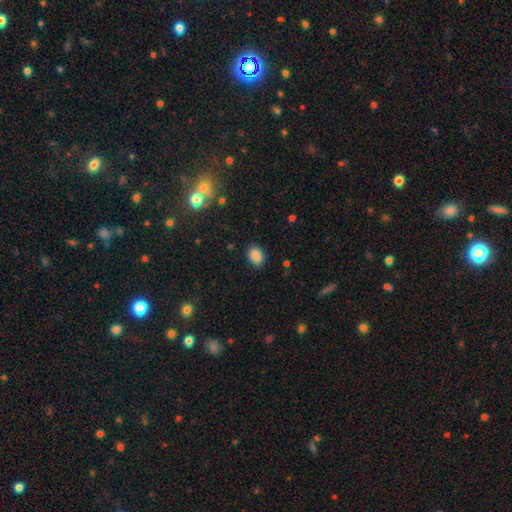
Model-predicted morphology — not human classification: A smooth galaxy with no disk features (87%) that is in between round and cigar-shaped (68%).

Vote fractions:
- Smooth or featured? smooth: 87% / star or artifact: 10% / featured or disk: 4%
- How rounded? in between: 68% / round: 31% / cigar-shaped: 1%
- Merging? none: 88% / minor disturbance: 9% / major disturbance: 2% / merger: 1%